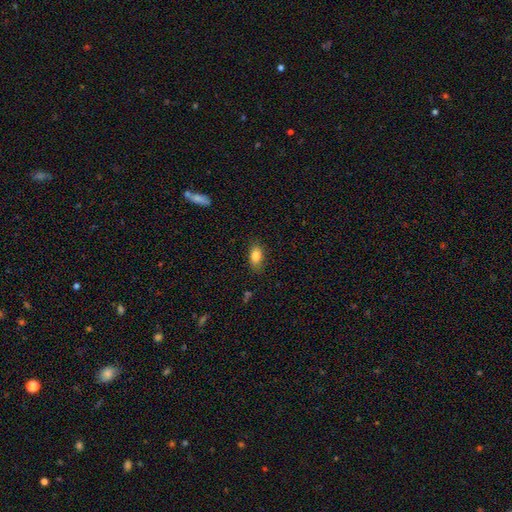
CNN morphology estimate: Overall: smooth (84%). How rounded: in between (88%). Merging: none (82%).